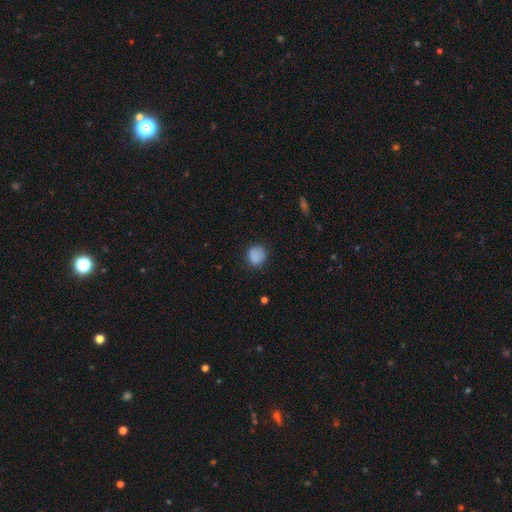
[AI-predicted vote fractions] Q: Smooth or featured?
A: smooth (86%); runner-up: star or artifact (10%)
Q: How rounded?
A: round (83%); runner-up: in between (16%)
Q: Merging?
A: none (79%); runner-up: minor disturbance (16%)